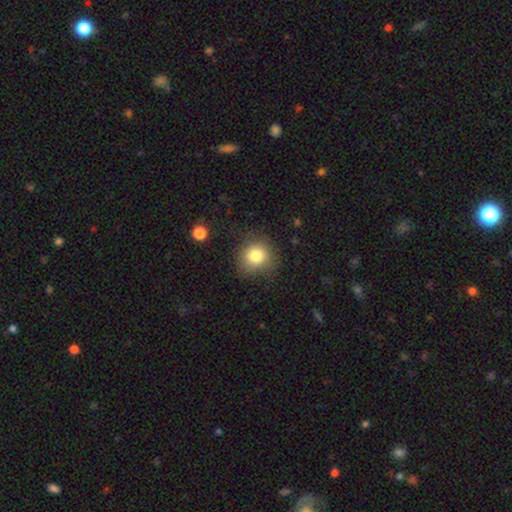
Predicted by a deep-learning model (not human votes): Q: Smooth or featured?
A: smooth (80%); runner-up: star or artifact (11%)
Q: How rounded?
A: round (79%); runner-up: in between (20%)
Q: Merging?
A: none (74%); runner-up: minor disturbance (18%)